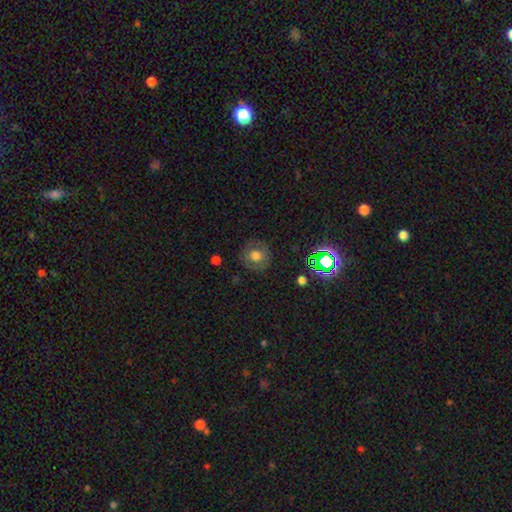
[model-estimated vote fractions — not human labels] smooth 64%, featured or disk 20%, star or artifact 16%. Down the decision tree: how rounded — round (89%); merging — none (83%).